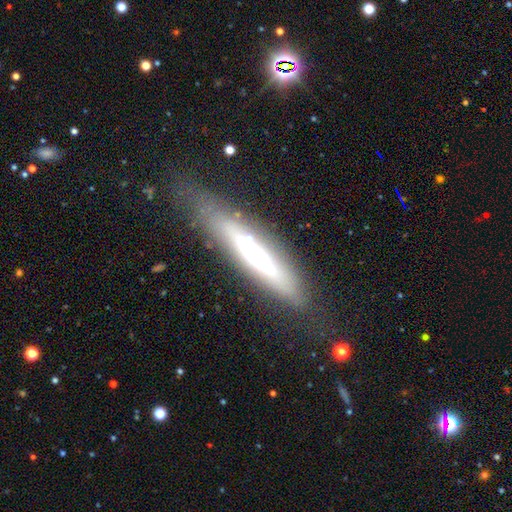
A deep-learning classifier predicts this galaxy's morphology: featured or disk 58%, smooth 33%, star or artifact 9%. Down the decision tree: edge-on disk — yes (80%); merging — none (69%).